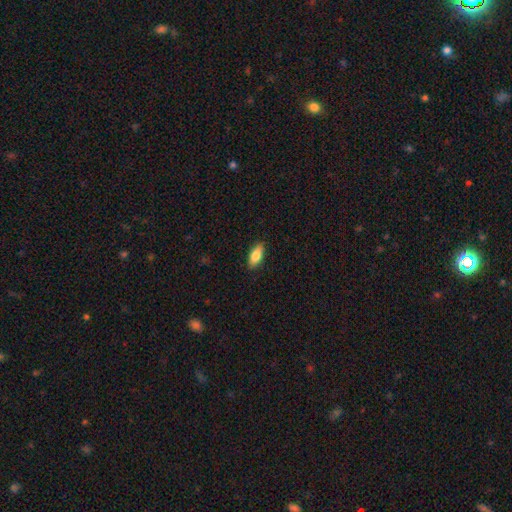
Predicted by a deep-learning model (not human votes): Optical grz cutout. It shows a smooth galaxy with no disk features (83%) that is in between round and cigar-shaped (85%). Merging: none (88%).